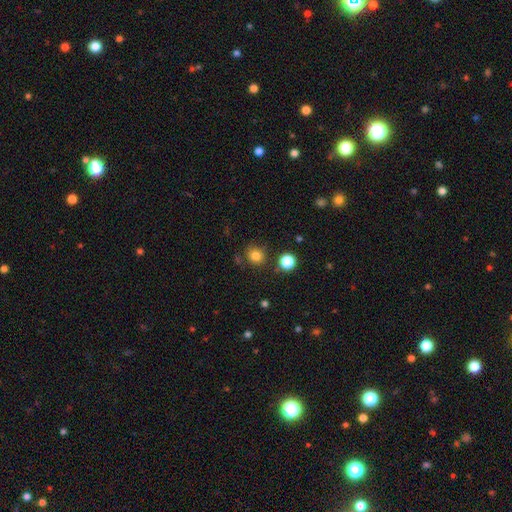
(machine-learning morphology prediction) smooth 82%, star or artifact 13%, featured or disk 5%. Down the decision tree: how rounded — round (89%); merging — none (81%).